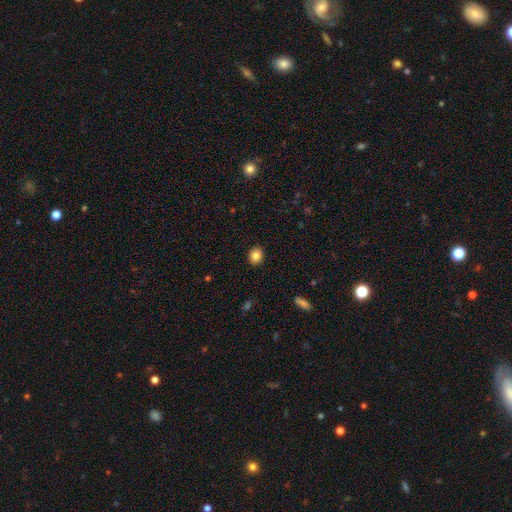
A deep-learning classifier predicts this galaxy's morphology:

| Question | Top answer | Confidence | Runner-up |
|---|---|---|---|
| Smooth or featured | smooth | 84% | star or artifact (9%) |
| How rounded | round | 63% | in between (36%) |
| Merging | none | 91% | minor disturbance (6%) |